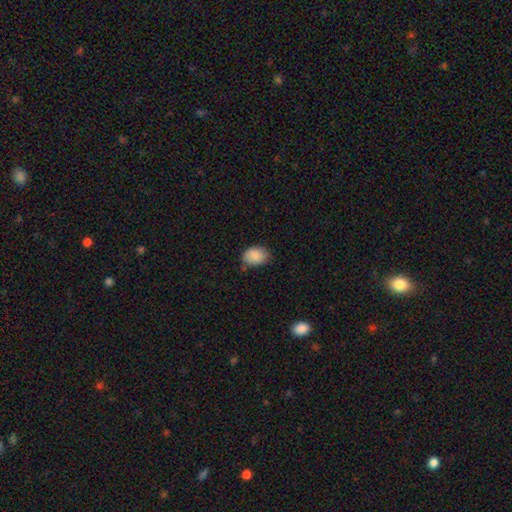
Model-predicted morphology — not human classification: smooth-or-featured: smooth: 87% | star or artifact: 7% | featured or disk: 6%
  how-rounded: in between: 73% | round: 26% | cigar-shaped: 1%
  merging: none: 70% | minor disturbance: 24% | major disturbance: 4% | merger: 2%